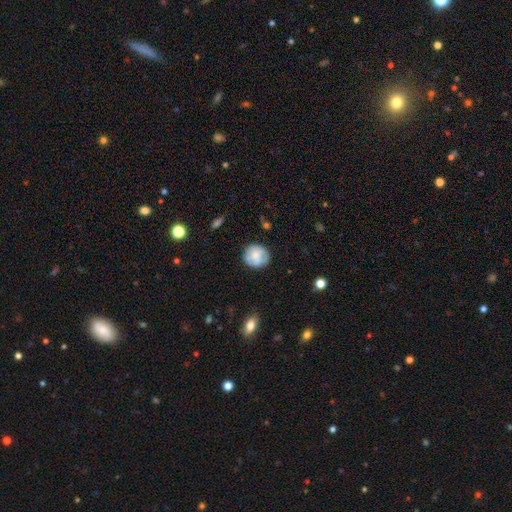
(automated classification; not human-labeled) A smooth galaxy with no disk features (65%) that is round (86%).

Vote fractions:
- Smooth or featured? smooth: 65% / featured or disk: 27% / star or artifact: 8%
- How rounded? round: 86% / in between: 13% / cigar-shaped: 1%
- Merging? none: 75% / minor disturbance: 18% / major disturbance: 5% / merger: 2%